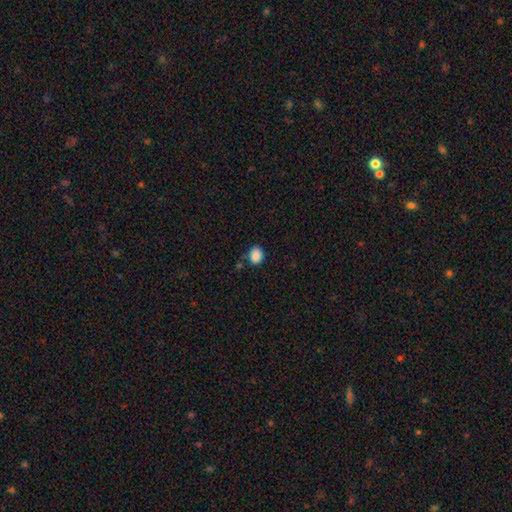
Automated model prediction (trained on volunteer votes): This is clearly a smooth galaxy (88%). How rounded: possibly round (50%). Merging: likely none (77%).